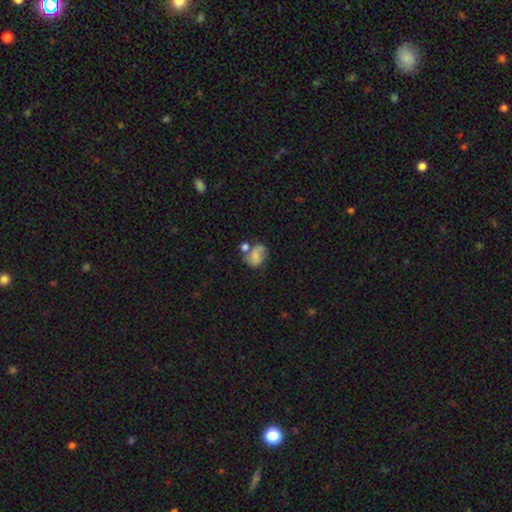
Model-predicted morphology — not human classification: Smooth or featured? Predicted: smooth (p=0.53). How rounded? Predicted: in between (p=0.57). Merging? Predicted: none (p=0.39).